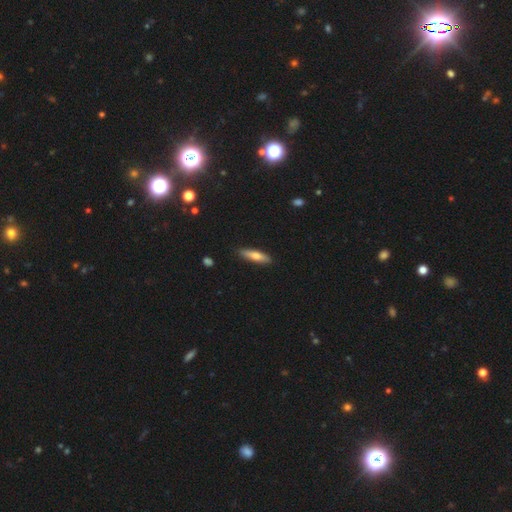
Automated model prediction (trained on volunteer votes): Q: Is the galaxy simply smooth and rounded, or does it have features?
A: smooth — 67%.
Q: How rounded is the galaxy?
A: cigar-shaped — 74%.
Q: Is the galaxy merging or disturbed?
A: none — 88%.